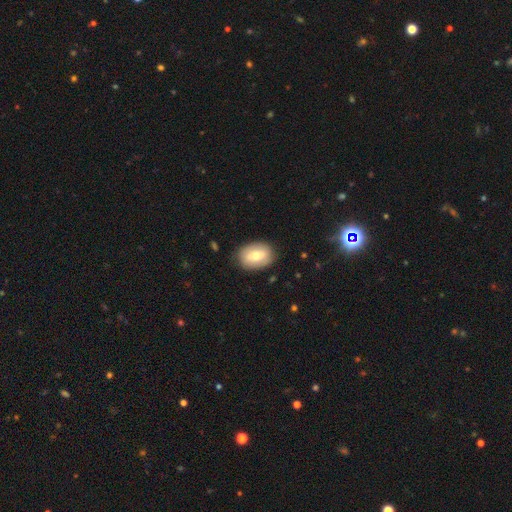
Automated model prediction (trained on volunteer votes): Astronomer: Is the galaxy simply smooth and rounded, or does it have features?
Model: smooth — 64%.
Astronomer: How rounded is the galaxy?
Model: in between — 74%.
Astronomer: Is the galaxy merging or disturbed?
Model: none — 85%.